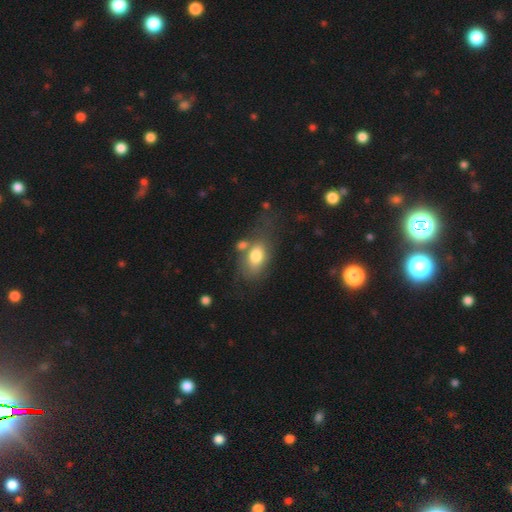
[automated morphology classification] A smooth galaxy with no disk features (74%) that is in between round and cigar-shaped (86%). Merging: none (46%).